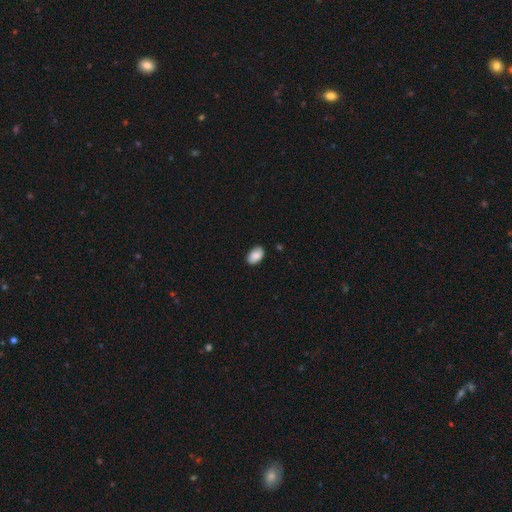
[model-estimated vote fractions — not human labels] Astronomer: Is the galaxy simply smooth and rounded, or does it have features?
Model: smooth — 88%.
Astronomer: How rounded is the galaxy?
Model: in between — 91%.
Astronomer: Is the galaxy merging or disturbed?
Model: none — 85%.